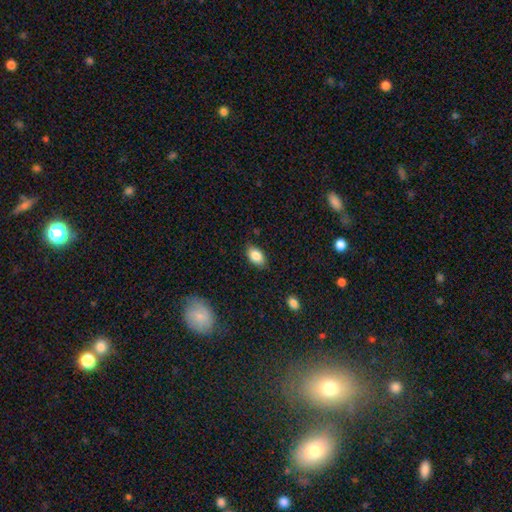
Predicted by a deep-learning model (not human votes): Morphology: type=smooth (86%); roundness=in between (90%); merging=none (82%).